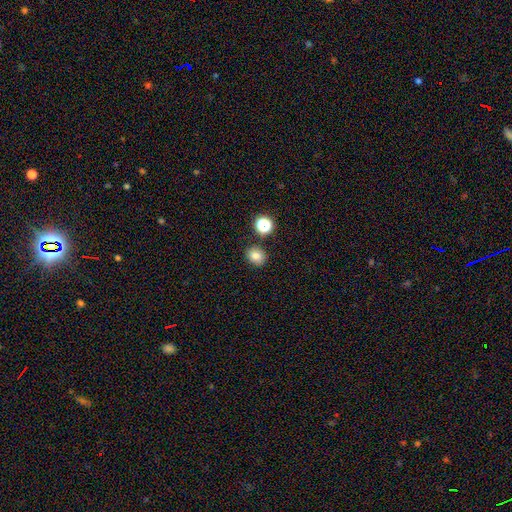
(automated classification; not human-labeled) Smooth or featured? Predicted: smooth (p=0.78). How rounded? Predicted: round (p=0.67). Merging? Predicted: none (p=0.82).